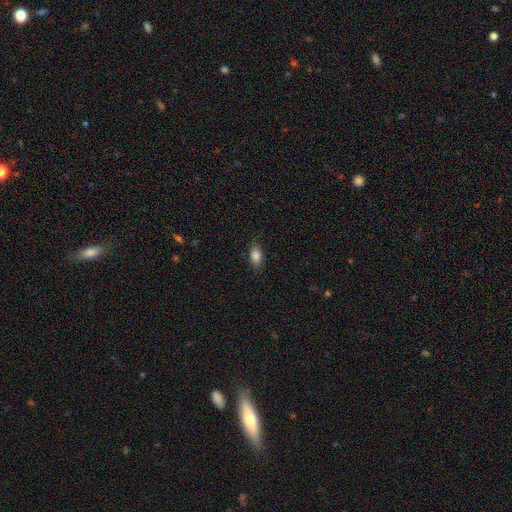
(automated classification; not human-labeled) A smooth galaxy with no disk features (85%) that is in between round and cigar-shaped (89%). Merging: none (83%).